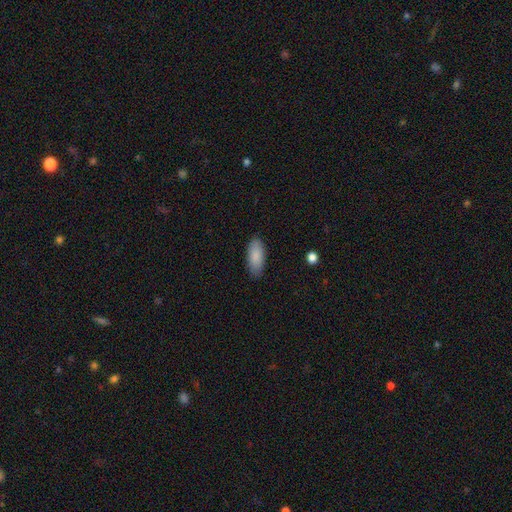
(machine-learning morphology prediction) This is clearly a smooth galaxy (88%). How rounded: clearly in between (86%). Merging: clearly none (87%).